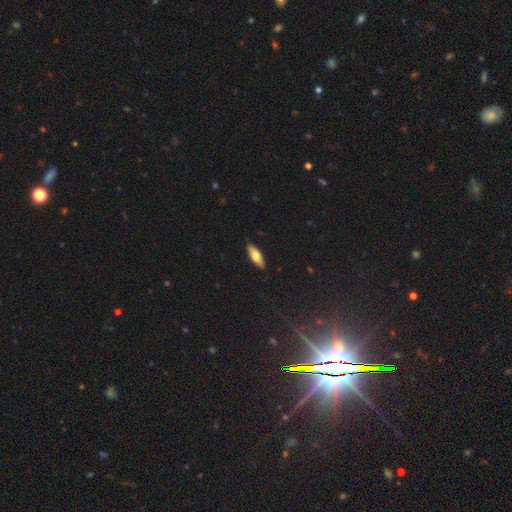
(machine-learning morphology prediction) smooth-or-featured: smooth: 70% | featured or disk: 24% | star or artifact: 6%
  how-rounded: in between: 60% | cigar-shaped: 38% | round: 2%
  merging: none: 89% | minor disturbance: 9% | major disturbance: 2% | merger: 1%